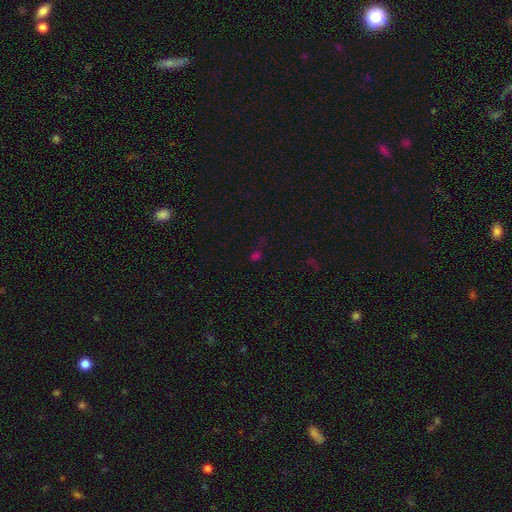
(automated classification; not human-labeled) star or artifact 49%, smooth 45%, featured or disk 7%.